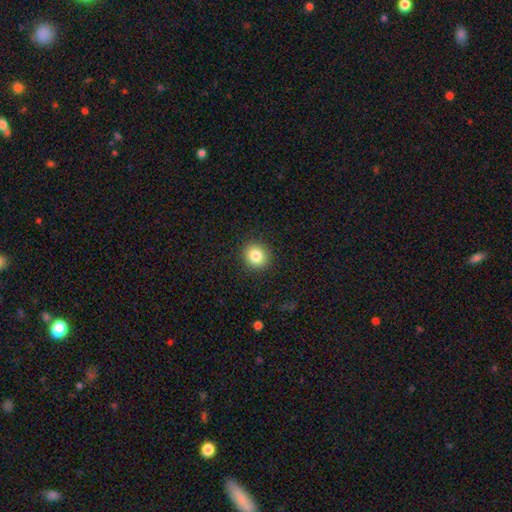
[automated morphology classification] smooth_or_featured: smooth (p=0.84) [alt: star or artifact p=0.10]
how_rounded: round (p=0.83) [alt: in between p=0.16]
merging: none (p=0.91) [alt: minor disturbance p=0.06]